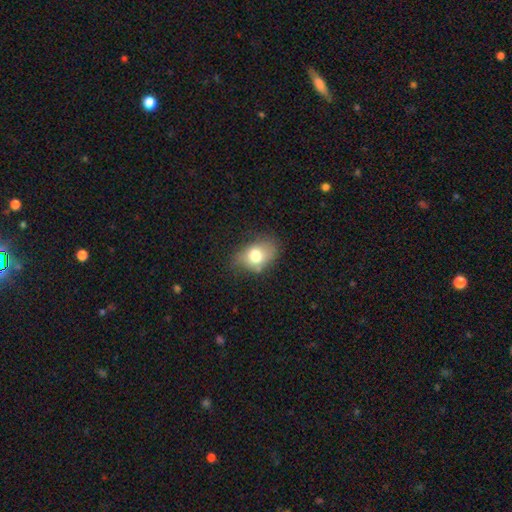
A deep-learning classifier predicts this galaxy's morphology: Smooth or featured: smooth — 72% (featured or disk — 18%)
How rounded: in between — 75% (round — 23%)
Merging: none — 57% (minor disturbance — 30%)